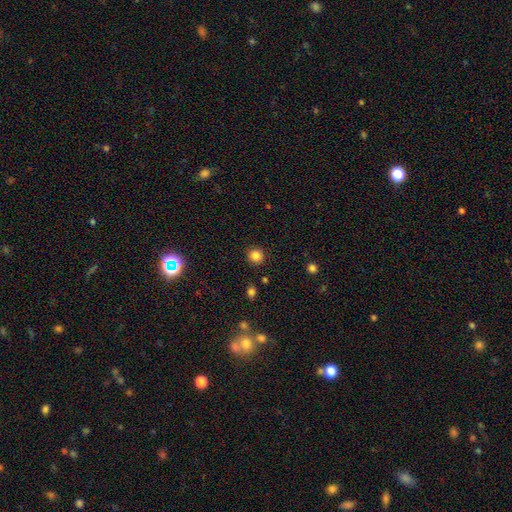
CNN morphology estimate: smooth-or-featured: smooth: 83% | star or artifact: 12% | featured or disk: 4%
  how-rounded: round: 91% | in between: 8% | cigar-shaped: 1%
  merging: none: 90% | minor disturbance: 6% | major disturbance: 2% | merger: 2%